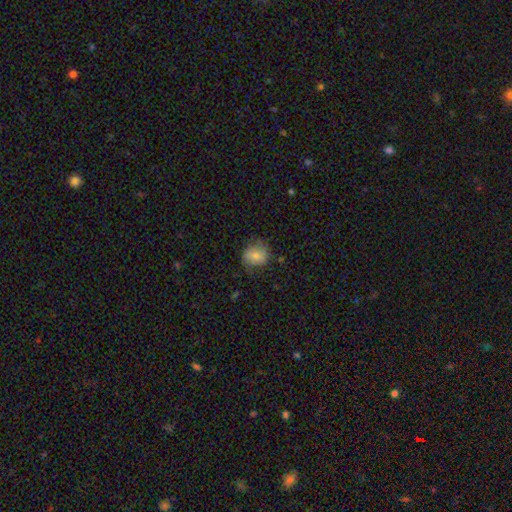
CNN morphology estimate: A smooth galaxy with no disk features (60%) that is round (68%). Merging: none (71%).